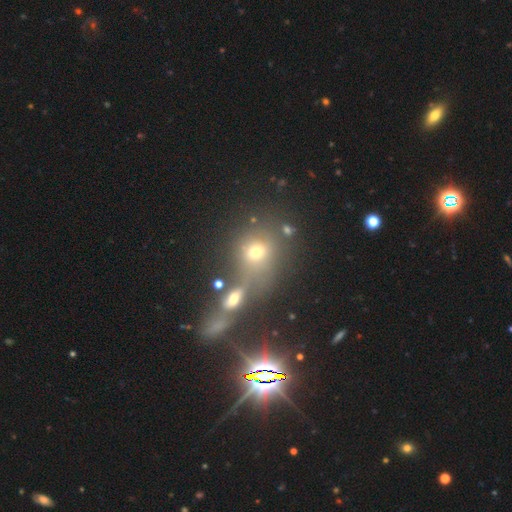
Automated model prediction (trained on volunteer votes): Morphology: type=smooth (52%); roundness=round (76%); merging=none (51%).